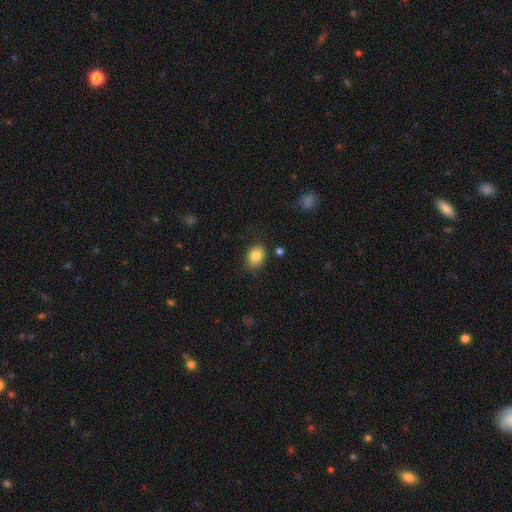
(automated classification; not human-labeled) Smooth or featured?
  - smooth: 85% *
  - star or artifact: 9%
  - featured or disk: 6%
How rounded?
  - in between: 69% *
  - round: 30%
  - cigar-shaped: 1%
Merging?
  - none: 81% *
  - minor disturbance: 13%
  - major disturbance: 3%
  - merger: 2%